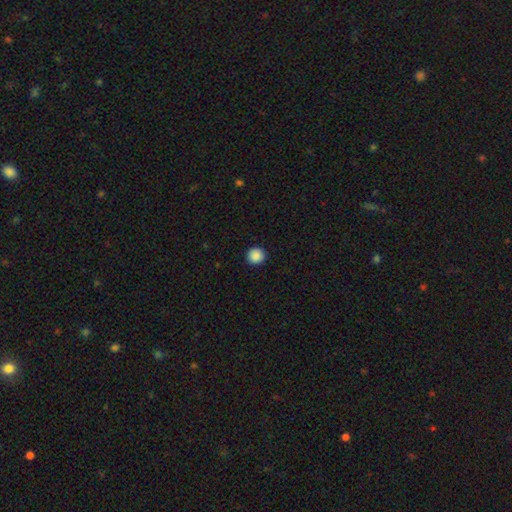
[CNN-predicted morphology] Smooth or featured? smooth (89%)
How rounded? round (95%)
Merging? none (93%)